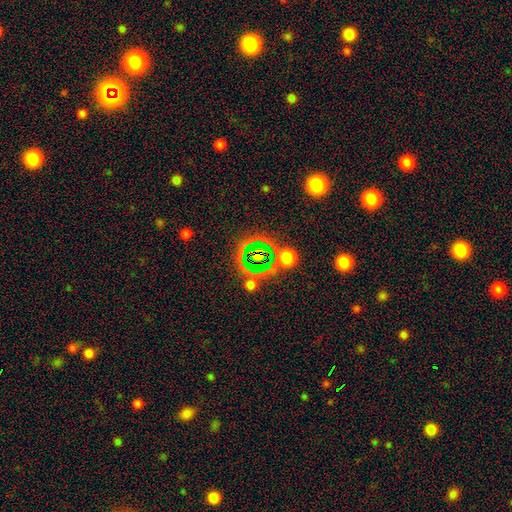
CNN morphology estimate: Smooth or featured? featured or disk (39%)
Merging? none (44%)